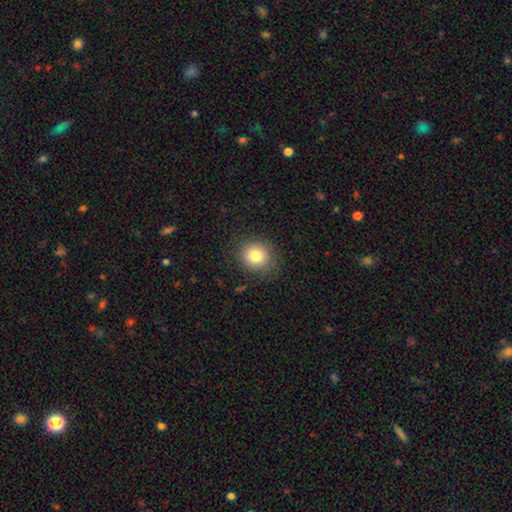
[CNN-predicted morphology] type=smooth (80%); roundness=round (80%); merging=none (86%).